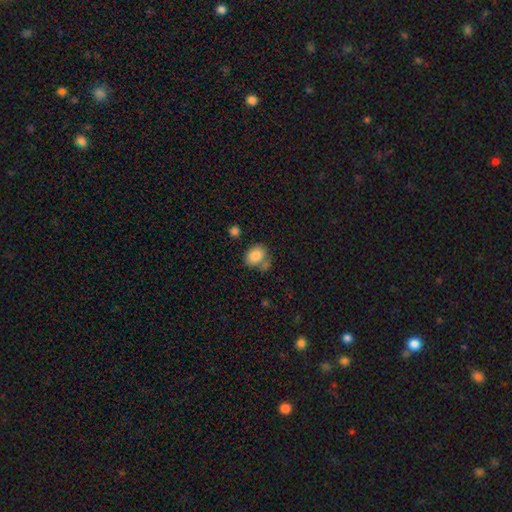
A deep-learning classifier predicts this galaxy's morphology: The model was most divided on "how rounded": in between: 60%, round: 39%, cigar-shaped: 1%. More confident: smooth or featured — smooth (84%); merging — none (61%).